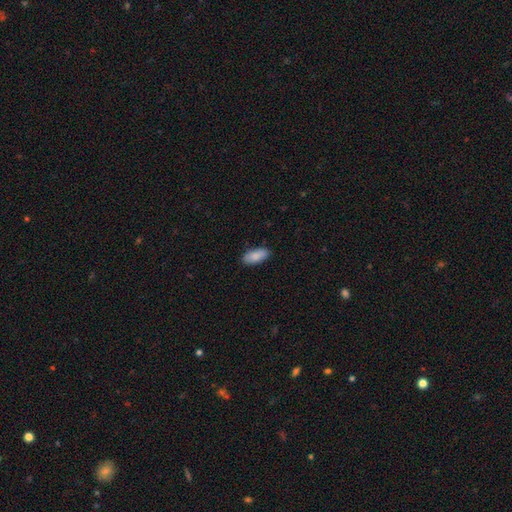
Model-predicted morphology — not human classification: This is clearly a smooth galaxy (87%). How rounded: clearly in between (88%). Merging: clearly none (88%).